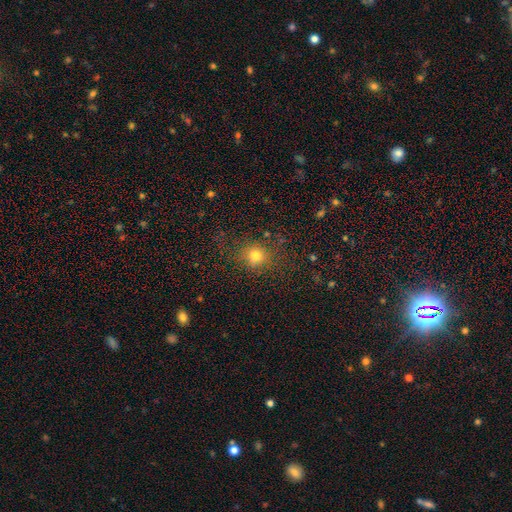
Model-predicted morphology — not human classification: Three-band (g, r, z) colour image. It shows a smooth galaxy with no disk features (73%) that is round (77%). Merging: none (78%).